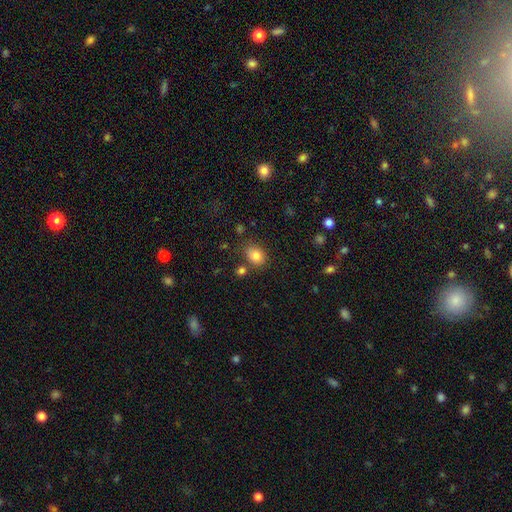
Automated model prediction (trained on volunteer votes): smooth 83%, star or artifact 10%, featured or disk 7%. Down the decision tree: how rounded — in between (61%); merging — none (76%).